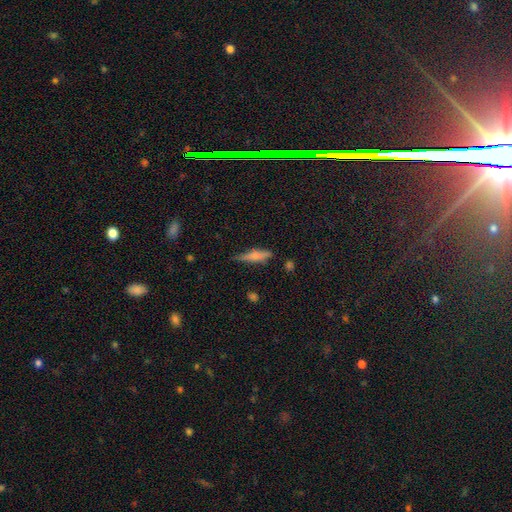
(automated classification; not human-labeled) This appears to be a smooth galaxy with no disk features (58%) that is cigar-shaped (75%). Merging: none (72%).